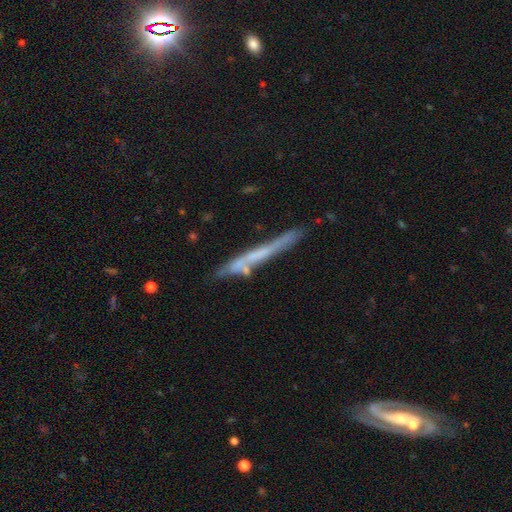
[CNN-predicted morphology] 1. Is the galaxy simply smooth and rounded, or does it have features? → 54% featured or disk, 37% smooth, 9% star or artifact.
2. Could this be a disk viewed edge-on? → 87% yes, 13% no.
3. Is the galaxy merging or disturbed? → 69% none, 19% minor disturbance, 7% merger, 5% major disturbance.